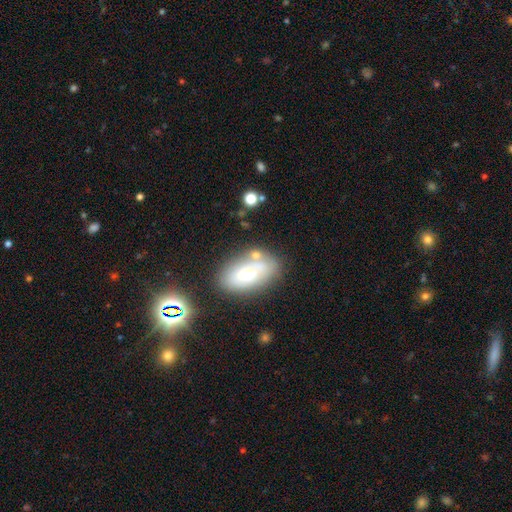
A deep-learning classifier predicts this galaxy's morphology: smooth 56%, featured or disk 35%, star or artifact 10%. Down the decision tree: how rounded — in between (89%); merging — none (63%).